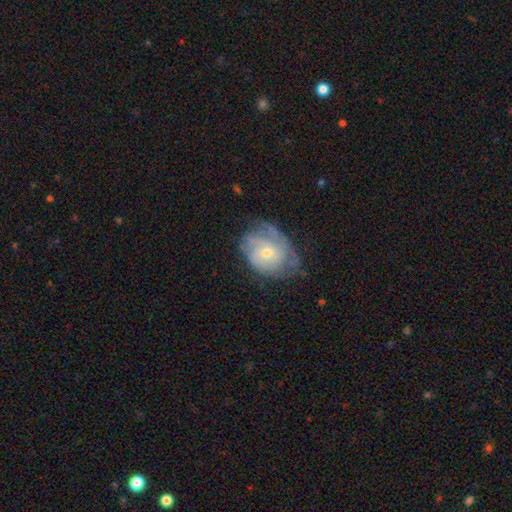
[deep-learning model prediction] This is likely a featured or disk galaxy (72%). It is clearly not viewed edge-on (97%). Bar: likely no (73%). Spiral arm pattern: clearly yes (85%). Spiral arm count: marginally can't tell (42%). Spiral winding: possibly tight (56%). Central bulge: possibly small (50%). Merging: possibly none (55%).